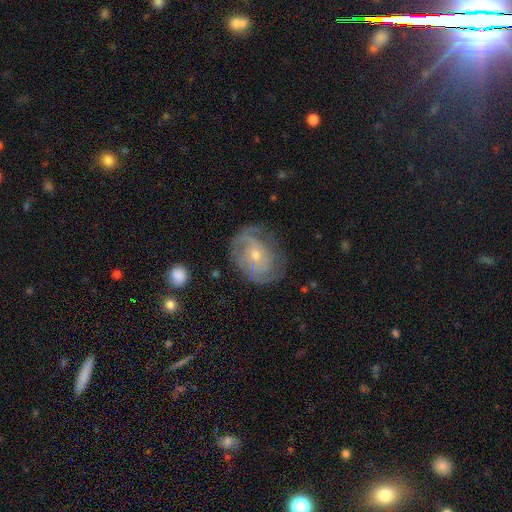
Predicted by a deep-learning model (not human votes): Overall: featured or disk (75%). Edge-on disk: no (97%). Bar: no (74%). Spiral arms: yes (87%). Spiral arm count: can't tell (36%; 2 34%). Spiral winding: tight (52%; medium 34%). Bulge size: small (62%; moderate 35%). Merging: none (63%).